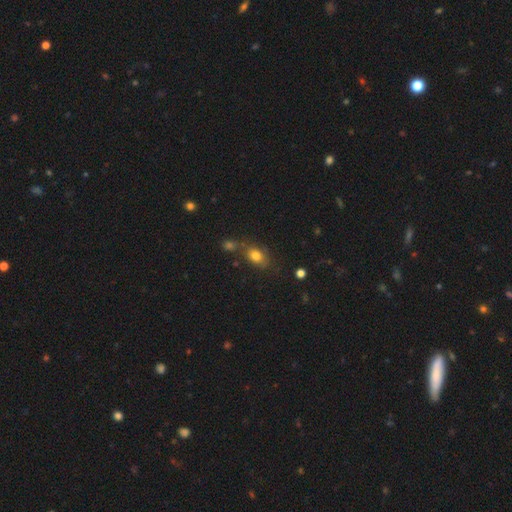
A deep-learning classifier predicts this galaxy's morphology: Overall: smooth (78%). How rounded: in between (74%). Merging: none (57%; merger 18%).